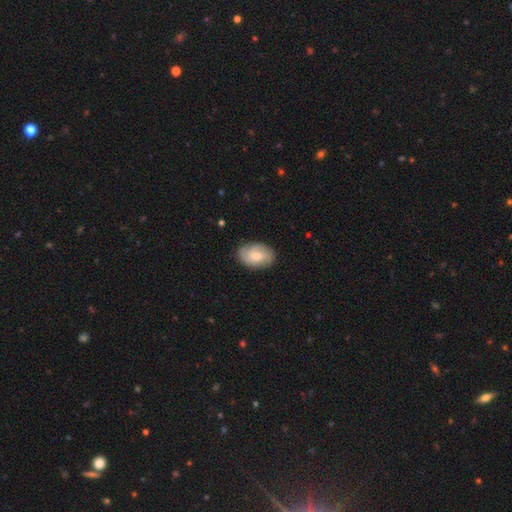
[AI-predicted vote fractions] This is possibly a featured or disk galaxy (59%). It is clearly not viewed edge-on (96%). Bar: likely no (62%). Spiral arm pattern: clearly yes (89%). Spiral arm count: marginally 3 (31%). Spiral winding: possibly tight (46%). Central bulge: possibly moderate (53%). Merging: clearly none (81%).